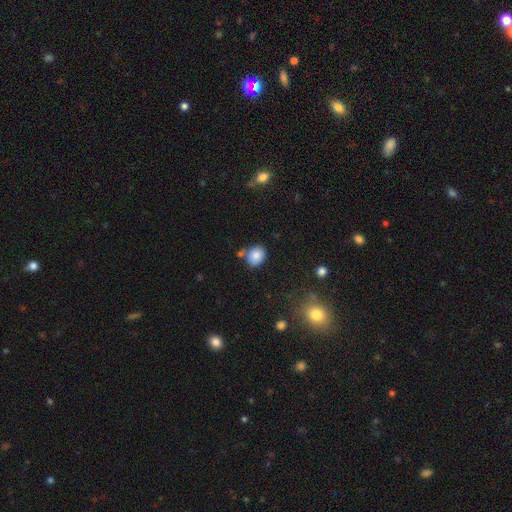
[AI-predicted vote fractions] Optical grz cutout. It shows a smooth galaxy with no disk features (83%) that is round (69%). Merging: none (72%).